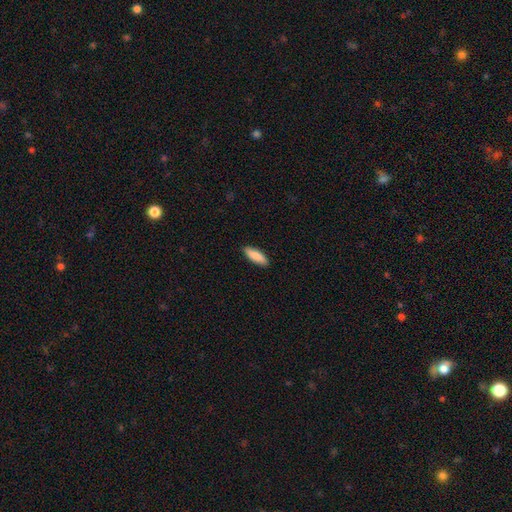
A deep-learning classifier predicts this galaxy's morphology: Smooth or featured? Predicted: smooth (p=0.87). How rounded? Predicted: in between (p=0.58). Merging? Predicted: none (p=0.89).